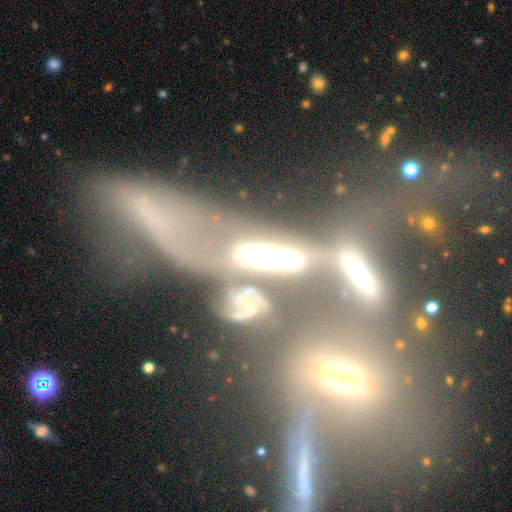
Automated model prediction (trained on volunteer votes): Smooth or featured?
  - featured or disk: 65% *
  - smooth: 23%
  - star or artifact: 12%
Edge-on disk?
  - no: 56% *
  - yes: 44%
Merging?
  - merger: 61% *
  - none: 17%
  - major disturbance: 14%
  - minor disturbance: 8%